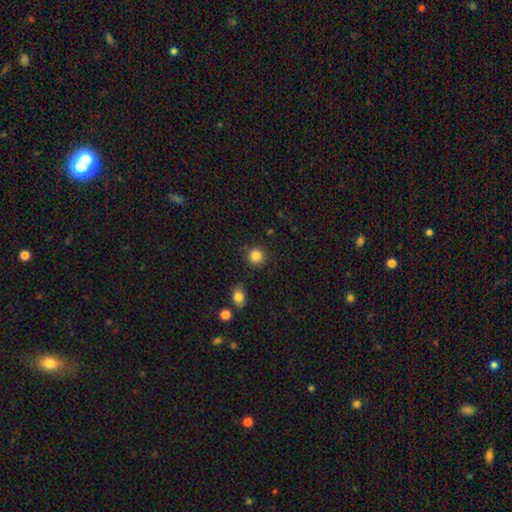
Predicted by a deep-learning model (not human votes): smooth-or-featured: smooth: 85% | star or artifact: 11% | featured or disk: 4%
  how-rounded: round: 92% | in between: 7% | cigar-shaped: 1%
  merging: none: 86% | minor disturbance: 8% | merger: 3% | major disturbance: 3%